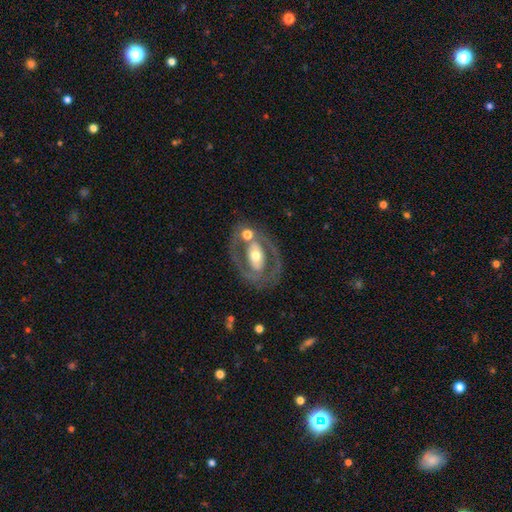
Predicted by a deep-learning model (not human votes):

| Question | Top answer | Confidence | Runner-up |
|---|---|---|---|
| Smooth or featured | featured or disk | 75% | smooth (19%) |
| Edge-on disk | no | 94% | yes (6%) |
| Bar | no | 42% | strong (32%) |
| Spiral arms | yes | 51% | no (49%) |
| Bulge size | moderate | 65% | small (18%) |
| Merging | none | 65% | minor disturbance (14%) |